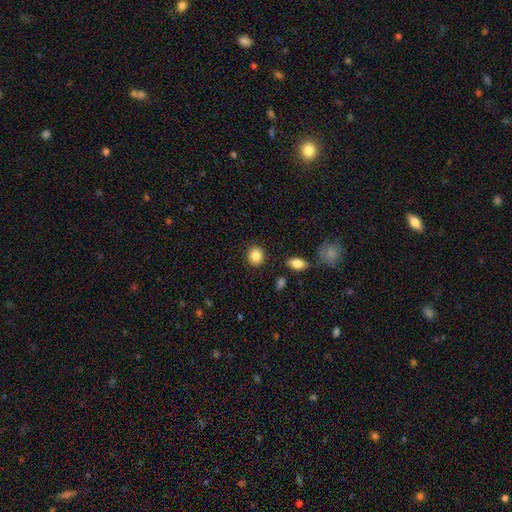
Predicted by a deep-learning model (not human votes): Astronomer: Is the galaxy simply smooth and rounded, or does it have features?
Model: smooth — 86%.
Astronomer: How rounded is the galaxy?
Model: round — 75%.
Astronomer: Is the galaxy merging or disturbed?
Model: none — 88%.